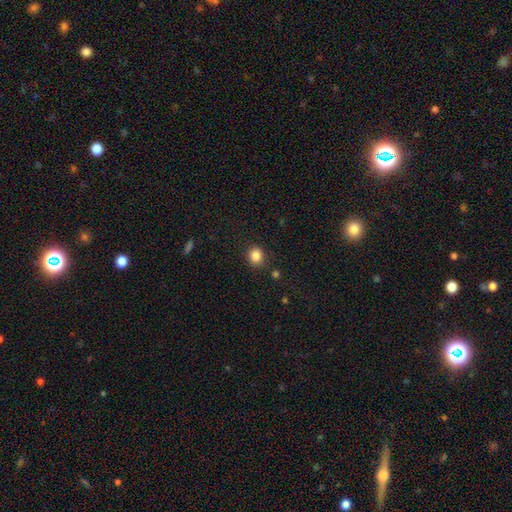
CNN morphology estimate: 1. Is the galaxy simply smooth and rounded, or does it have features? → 85% smooth, 11% star or artifact, 4% featured or disk.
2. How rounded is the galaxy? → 73% round, 26% in between, 1% cigar-shaped.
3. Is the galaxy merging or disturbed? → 85% none, 9% minor disturbance, 3% major disturbance, 3% merger.